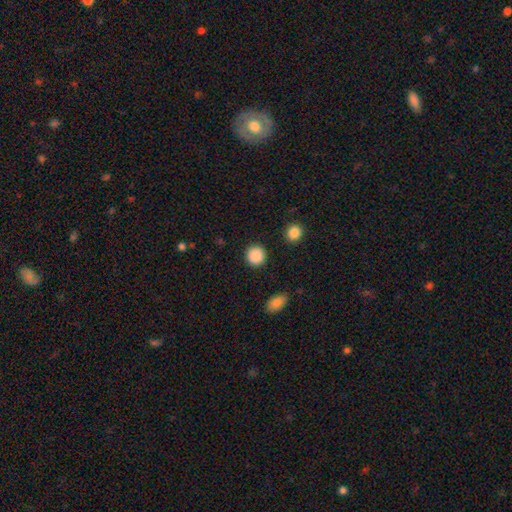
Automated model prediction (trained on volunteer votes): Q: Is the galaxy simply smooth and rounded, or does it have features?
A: smooth — 89%.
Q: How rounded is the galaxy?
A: round — 93%.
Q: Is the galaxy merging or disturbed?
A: none — 91%.